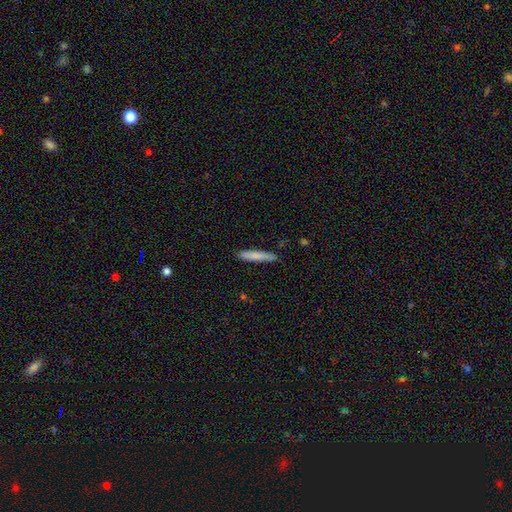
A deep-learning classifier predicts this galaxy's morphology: smooth-or-featured: smooth: 79% | featured or disk: 16% | star or artifact: 6%
  how-rounded: cigar-shaped: 92% | in between: 6% | round: 1%
  merging: none: 85% | minor disturbance: 12% | major disturbance: 2% | merger: 2%